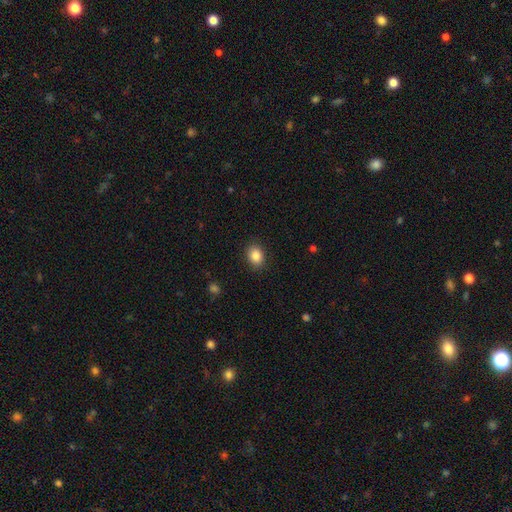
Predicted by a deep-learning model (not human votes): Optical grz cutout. It shows a smooth galaxy with no disk features (87%) that is in between round and cigar-shaped (55%). Merging: none (88%).